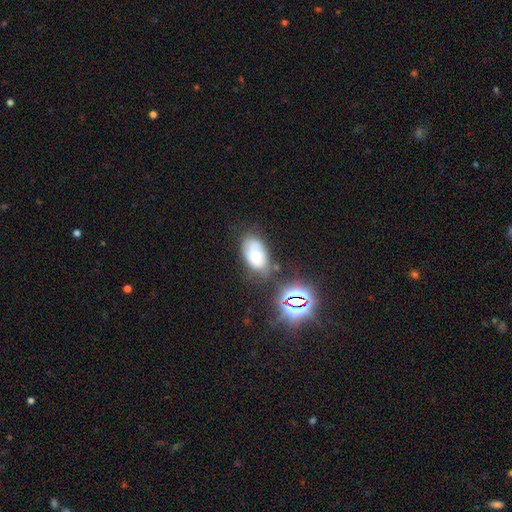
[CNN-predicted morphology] Smooth or featured: smooth — 54% (featured or disk — 30%)
How rounded: in between — 92% (round — 6%)
Merging: none — 55% (minor disturbance — 27%)